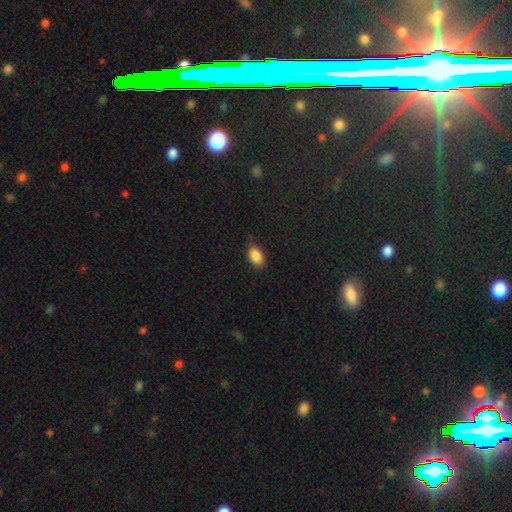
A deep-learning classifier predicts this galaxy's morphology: This appears to be a smooth galaxy with no disk features (88%) that is in between round and cigar-shaped (91%). Merging: none (78%).